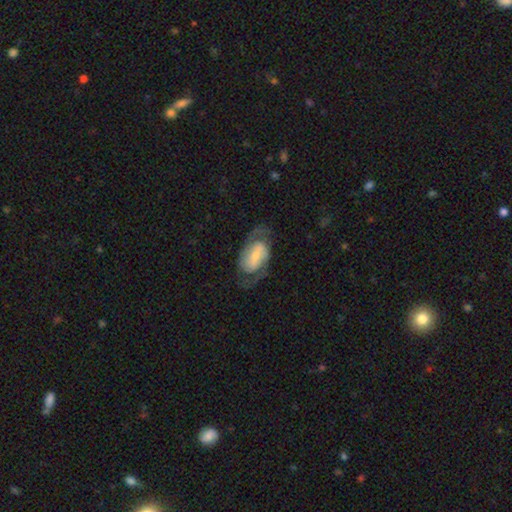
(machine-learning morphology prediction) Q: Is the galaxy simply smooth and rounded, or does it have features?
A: featured or disk — 78%.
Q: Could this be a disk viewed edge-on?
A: no — 96%.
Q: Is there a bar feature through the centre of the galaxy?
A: weak — 43%.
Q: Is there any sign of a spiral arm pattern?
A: yes — 92%.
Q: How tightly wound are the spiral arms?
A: medium — 51%.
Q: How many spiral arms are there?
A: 2 — 90%.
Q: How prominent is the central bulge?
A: small — 51%.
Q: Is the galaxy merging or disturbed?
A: none — 68%.